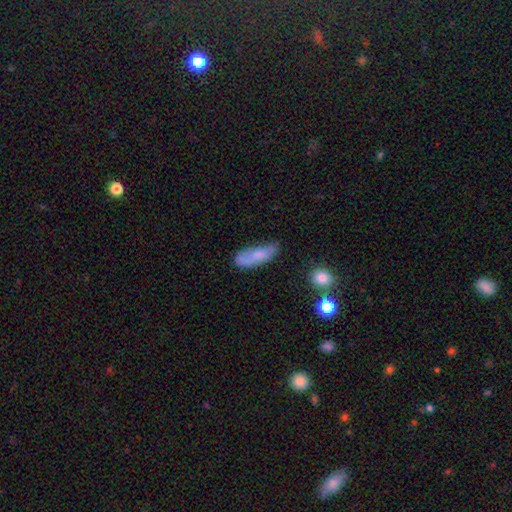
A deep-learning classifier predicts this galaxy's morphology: Smooth or featured: smooth — 70% (featured or disk — 21%)
How rounded: in between — 67% (cigar-shaped — 30%)
Merging: none — 43% (minor disturbance — 34%)